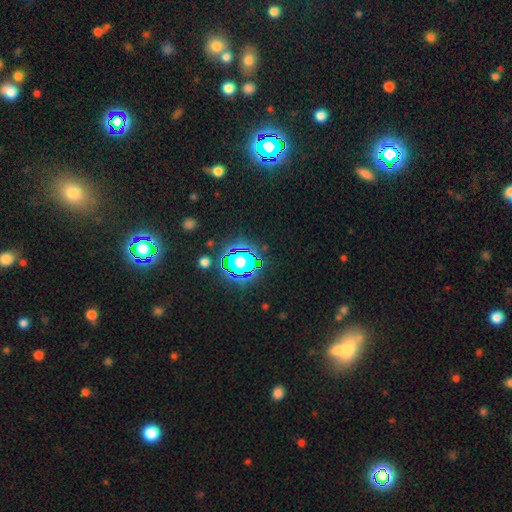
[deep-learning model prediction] Smooth or featured: star or artifact — 77% (smooth — 14%)